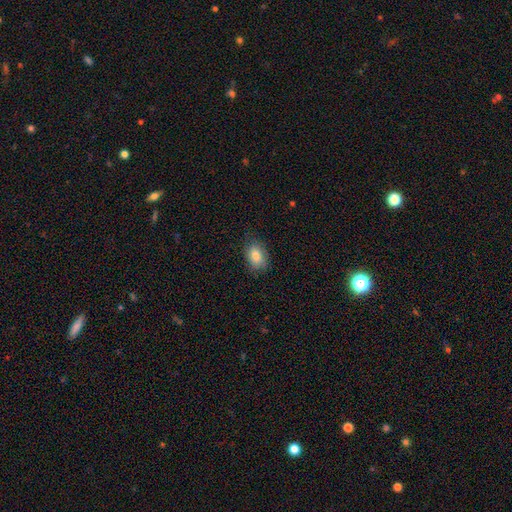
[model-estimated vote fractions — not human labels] Q: Smooth or featured?
A: smooth (85%); runner-up: featured or disk (8%)
Q: How rounded?
A: in between (85%); runner-up: round (13%)
Q: Merging?
A: none (77%); runner-up: minor disturbance (18%)